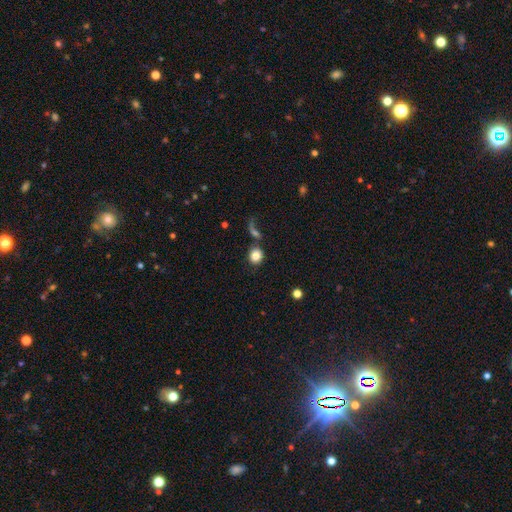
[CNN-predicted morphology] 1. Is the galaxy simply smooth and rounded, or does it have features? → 83% smooth, 10% star or artifact, 7% featured or disk.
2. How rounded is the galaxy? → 80% round, 18% in between, 1% cigar-shaped.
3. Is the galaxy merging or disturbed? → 67% none, 15% merger, 11% minor disturbance, 7% major disturbance.